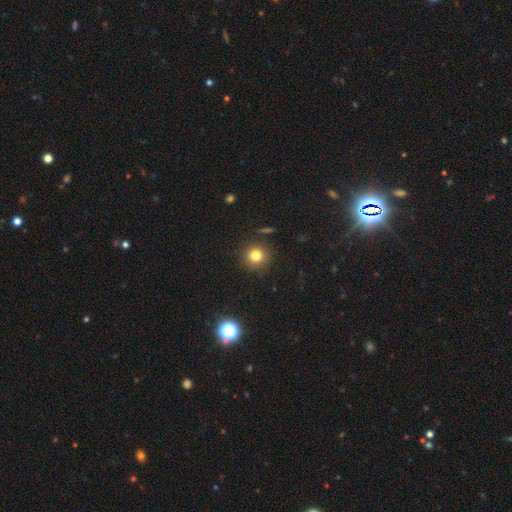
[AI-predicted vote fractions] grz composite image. It shows a smooth galaxy with no disk features (79%) that is round (93%). Merging: none (88%).